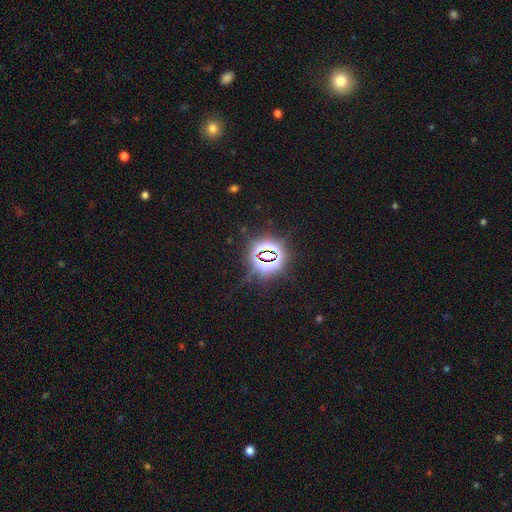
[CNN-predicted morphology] Smooth or featured? star or artifact (81%)